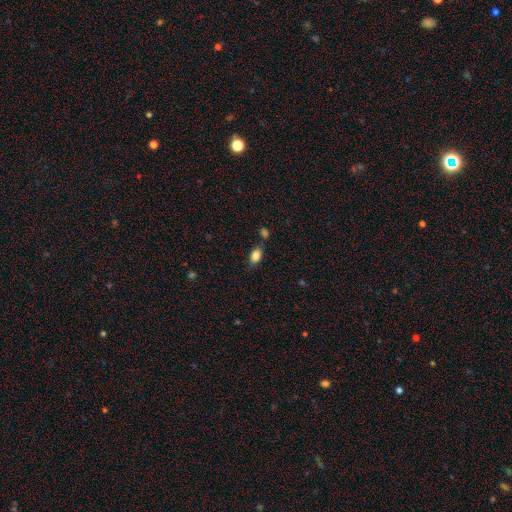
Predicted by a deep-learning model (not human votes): smooth 83%, star or artifact 9%, featured or disk 8%. Down the decision tree: how rounded — in between (86%); merging — none (70%).